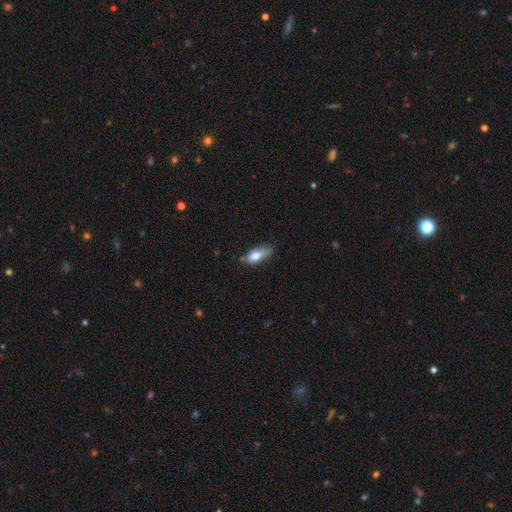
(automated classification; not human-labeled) smooth 76%, featured or disk 17%, star or artifact 7%. Down the decision tree: how rounded — in between (79%); merging — none (56%).